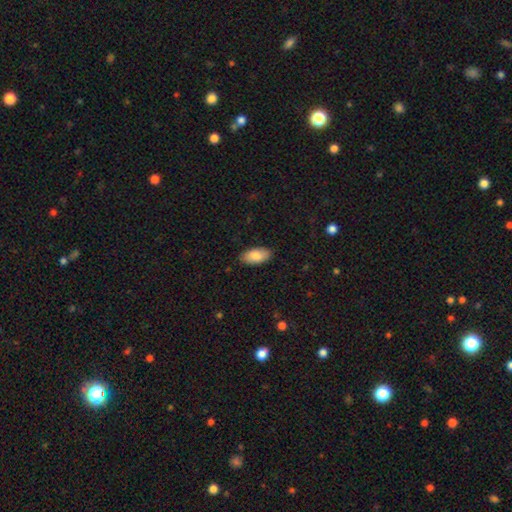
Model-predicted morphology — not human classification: This appears to be a smooth galaxy with no disk features (84%) that is in between round and cigar-shaped (93%). Merging: none (87%).